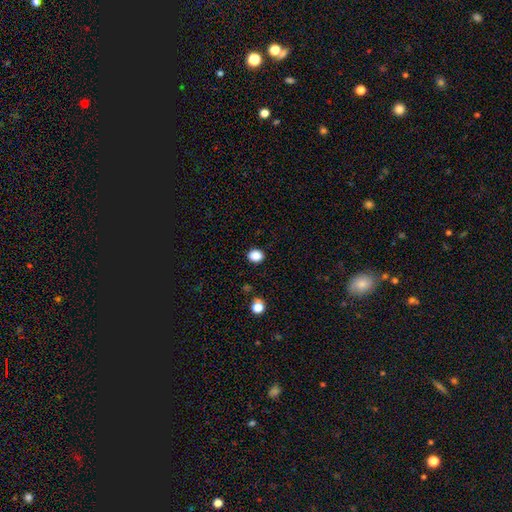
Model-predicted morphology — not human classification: smooth-or-featured: smooth: 86% | star or artifact: 11% | featured or disk: 3%
  how-rounded: round: 64% | in between: 35% | cigar-shaped: 1%
  merging: none: 90% | minor disturbance: 7% | major disturbance: 2% | merger: 1%